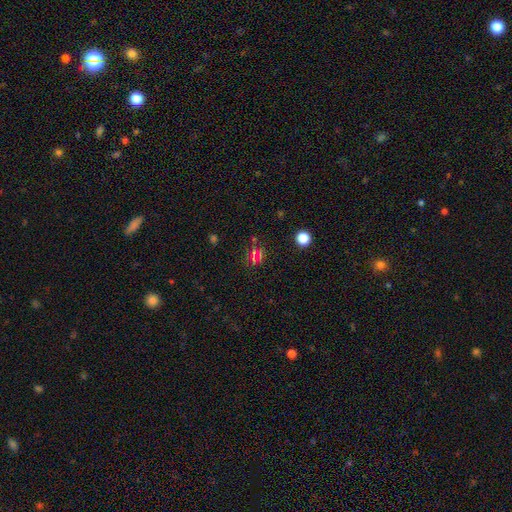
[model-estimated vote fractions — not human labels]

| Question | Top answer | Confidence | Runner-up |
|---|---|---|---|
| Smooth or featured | star or artifact | 58% | smooth (32%) |